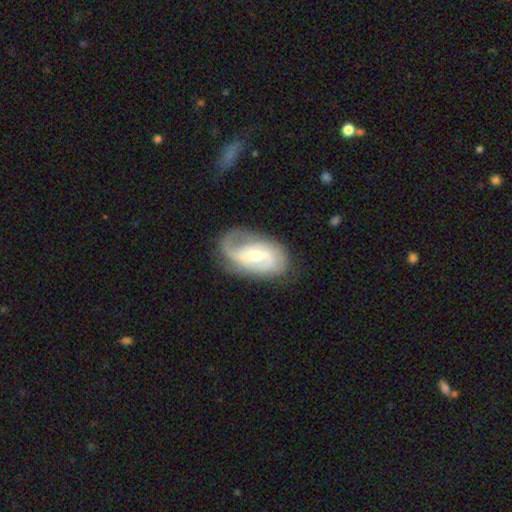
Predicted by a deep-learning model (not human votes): Smooth or featured? Predicted: featured or disk (p=0.84). Edge-on disk? Predicted: no (p=0.96). Bar? Predicted: weak (p=0.49). Spiral arms? Predicted: yes (p=0.94). Spiral winding? Predicted: medium (p=0.45). Spiral arm count? Predicted: 2 (p=0.68). Bulge size? Predicted: moderate (p=0.54). Merging? Predicted: none (p=0.65).